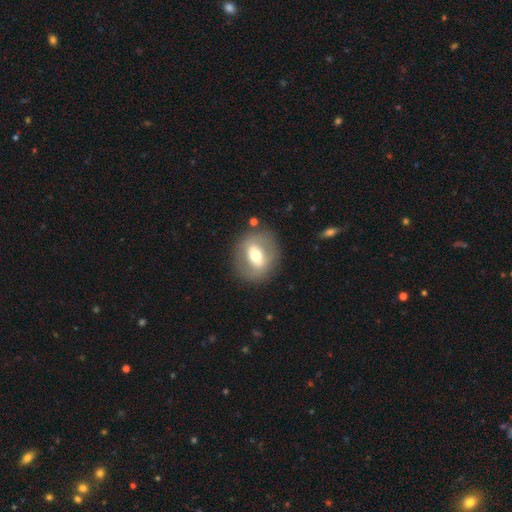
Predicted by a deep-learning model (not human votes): A featured or disk galaxy (50%). Merging: none (81%).